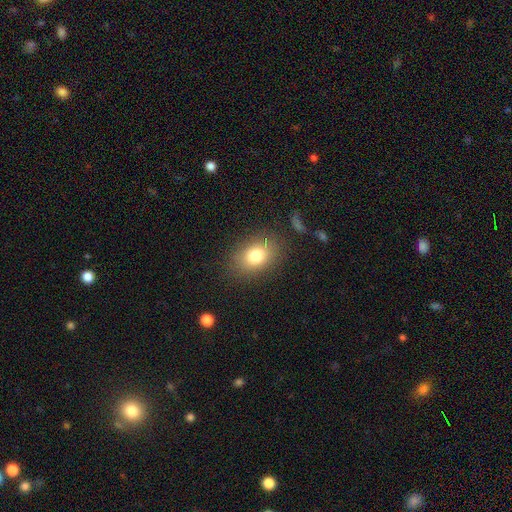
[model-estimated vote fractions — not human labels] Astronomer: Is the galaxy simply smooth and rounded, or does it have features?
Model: smooth — 78%.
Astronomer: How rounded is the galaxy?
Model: in between — 67%.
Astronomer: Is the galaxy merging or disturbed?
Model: none — 82%.